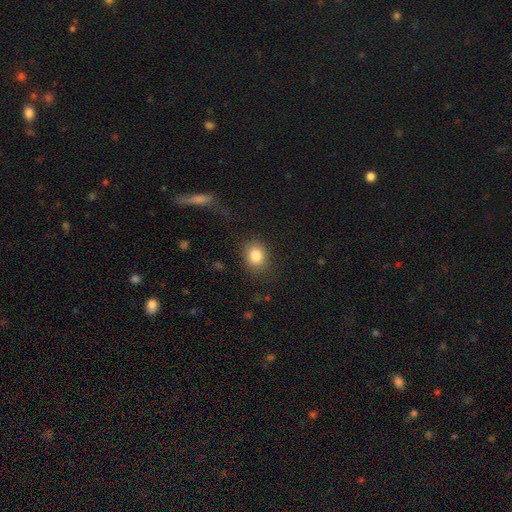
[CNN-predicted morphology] This is clearly a smooth galaxy (84%). How rounded: possibly round (60%). Merging: clearly none (82%).